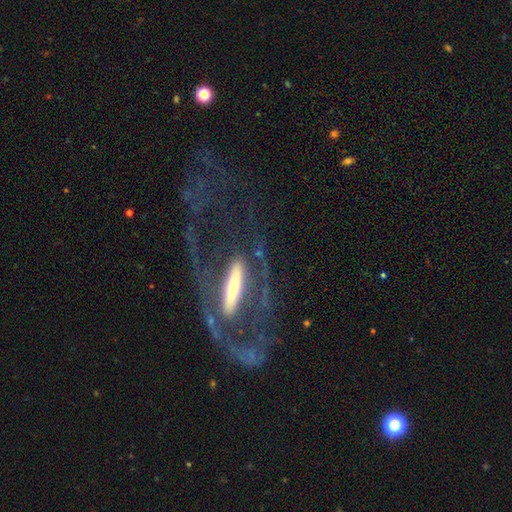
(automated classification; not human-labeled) Overall: featured or disk (81%). Edge-on disk: no (77%). Bar: strong (48%; weak 28%). Spiral arms: yes (62%; no 38%). Bulge size: moderate (45%; large 24%). Merging: none (42%; major disturbance 39%).